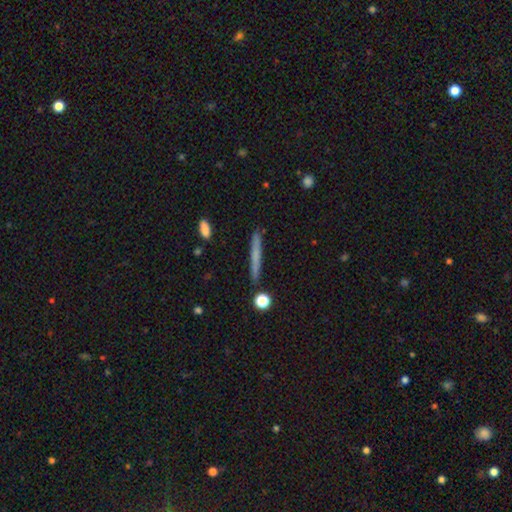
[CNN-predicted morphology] This appears to be a smooth galaxy with no disk features (63%) that is cigar-shaped (95%). Merging: none (89%).